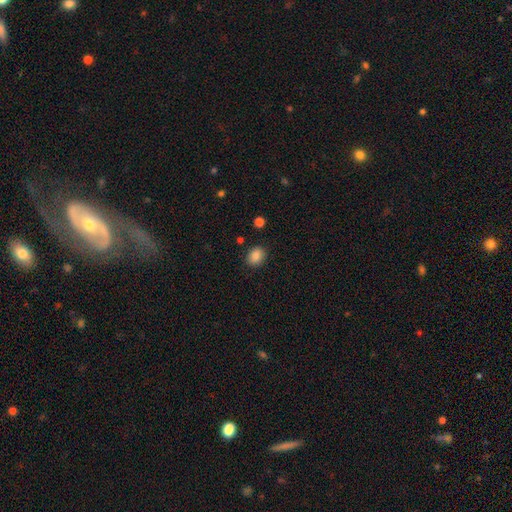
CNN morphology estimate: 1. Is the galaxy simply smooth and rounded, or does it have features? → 86% smooth, 9% star or artifact, 4% featured or disk.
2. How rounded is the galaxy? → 50% in between, 49% round, 1% cigar-shaped.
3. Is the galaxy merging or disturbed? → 87% none, 9% minor disturbance, 2% major disturbance, 2% merger.